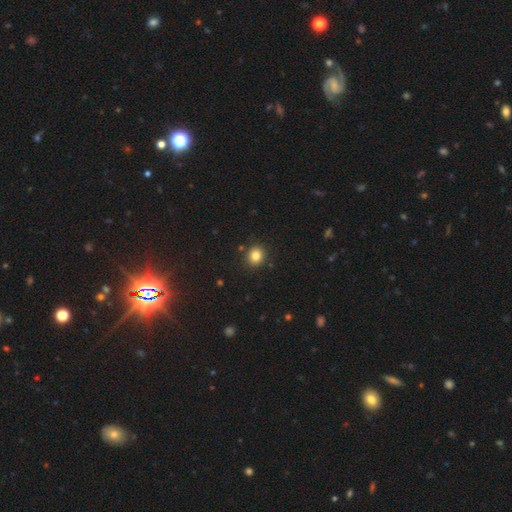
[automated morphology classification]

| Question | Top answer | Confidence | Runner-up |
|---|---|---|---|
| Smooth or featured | smooth | 83% | star or artifact (11%) |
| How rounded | round | 80% | in between (19%) |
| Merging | none | 89% | minor disturbance (7%) |